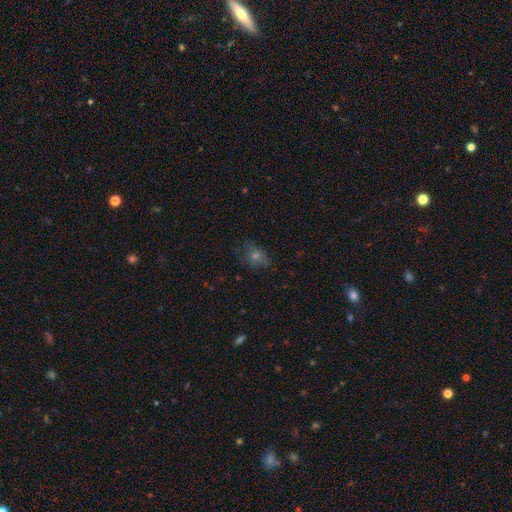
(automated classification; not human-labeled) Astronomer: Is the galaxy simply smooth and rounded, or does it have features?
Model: smooth — 48% (runner-up: star or artifact, 30%).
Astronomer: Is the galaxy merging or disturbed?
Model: none — 70%.